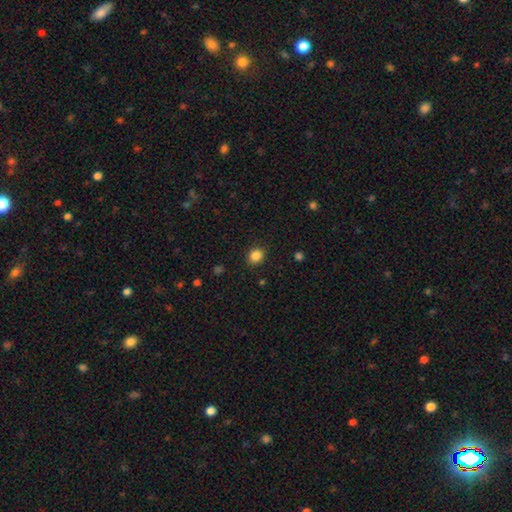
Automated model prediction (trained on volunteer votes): smooth 85%, star or artifact 11%, featured or disk 4%. Down the decision tree: how rounded — round (69%); merging — none (88%).